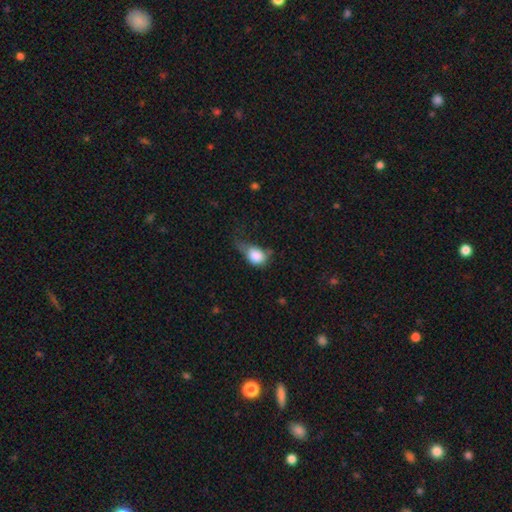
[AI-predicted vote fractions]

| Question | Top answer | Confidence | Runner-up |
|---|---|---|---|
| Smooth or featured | smooth | 81% | featured or disk (11%) |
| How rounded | in between | 60% | round (37%) |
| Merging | minor disturbance | 38% | major disturbance (36%) |